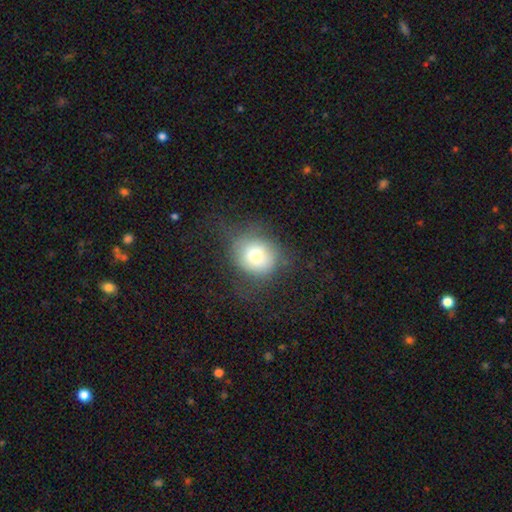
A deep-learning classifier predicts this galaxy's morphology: This is likely a smooth galaxy (71%). How rounded: likely round (78%). Merging: possibly none (58%).